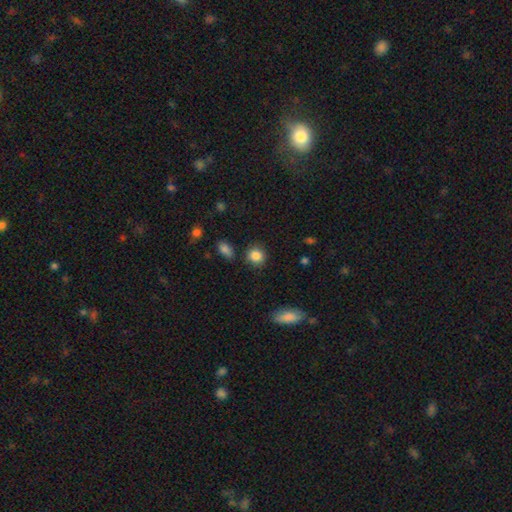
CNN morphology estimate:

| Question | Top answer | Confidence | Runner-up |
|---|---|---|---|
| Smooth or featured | smooth | 86% | star or artifact (9%) |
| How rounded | round | 80% | in between (19%) |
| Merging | none | 82% | minor disturbance (12%) |